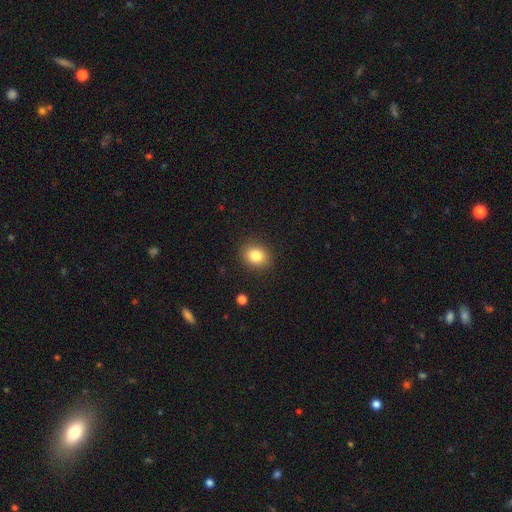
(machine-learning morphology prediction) This appears to be a smooth galaxy with no disk features (83%) that is round (58%). Merging: none (88%).